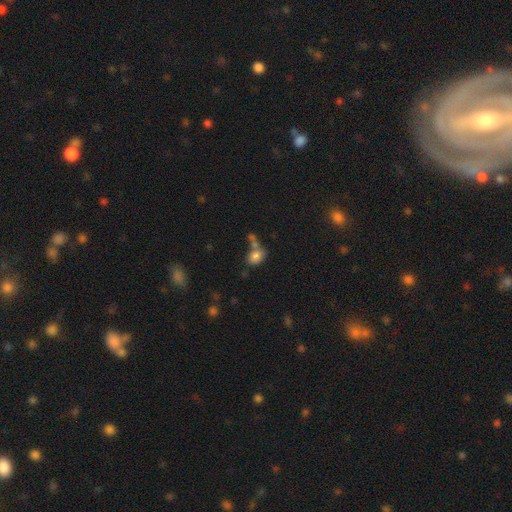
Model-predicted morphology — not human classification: Smooth or featured? Predicted: smooth (p=0.80). How rounded? Predicted: in between (p=0.76). Merging? Predicted: none (p=0.50).